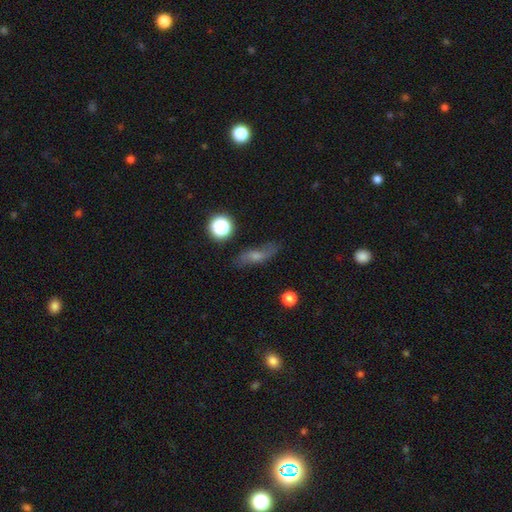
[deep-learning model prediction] Overall: smooth (44%; featured or disk 40%). Merging: none (76%).